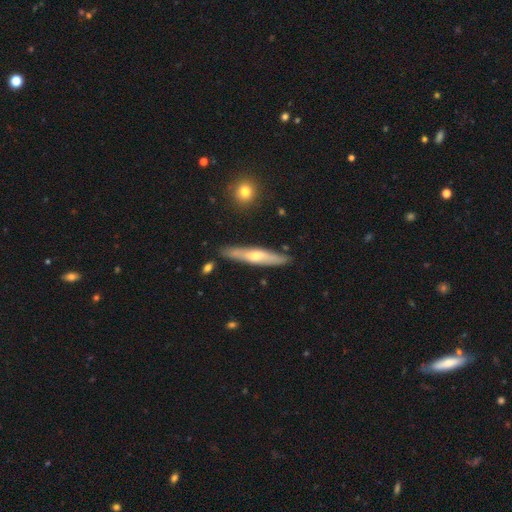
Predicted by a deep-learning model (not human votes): smooth-or-featured: featured or disk: 57% | smooth: 37% | star or artifact: 6%
  disk-edge-on: yes: 86% | no: 14%
  merging: none: 86% | minor disturbance: 10% | merger: 2% | major disturbance: 2%